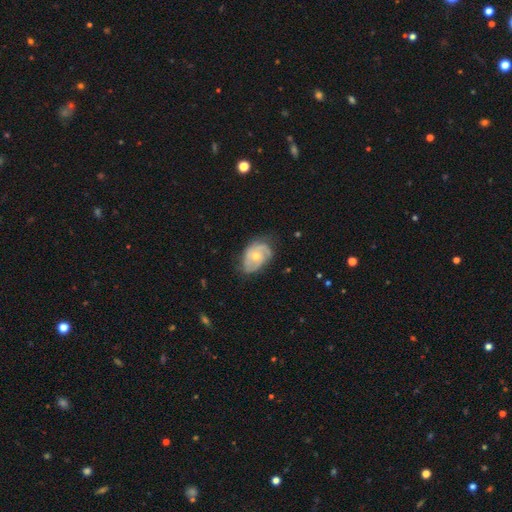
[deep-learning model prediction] This appears to be a featured or disk galaxy (73%) with no bar (78%), 2 (37%) tight (53%) spiral arms (87%) and a moderate central bulge (58%). Merging: none (60%).